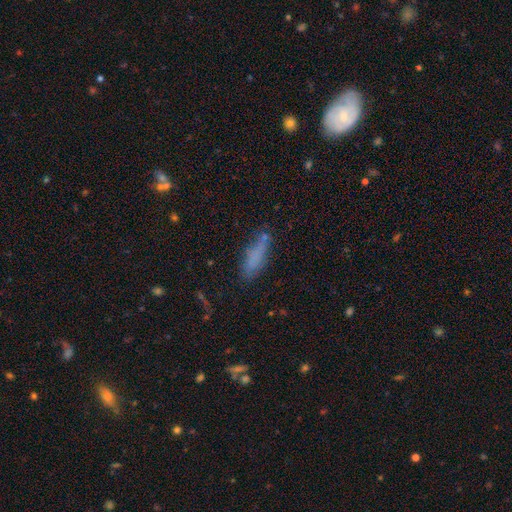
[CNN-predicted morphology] This is likely a smooth galaxy (73%). How rounded: likely cigar-shaped (63%). Merging: likely none (64%).